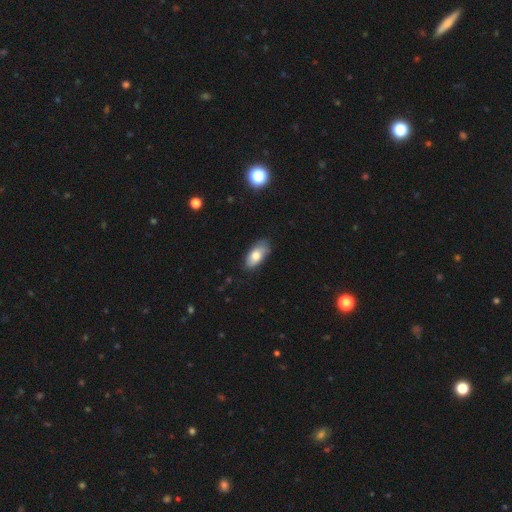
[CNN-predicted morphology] type=smooth (76%); roundness=in between (91%); merging=none (74%).